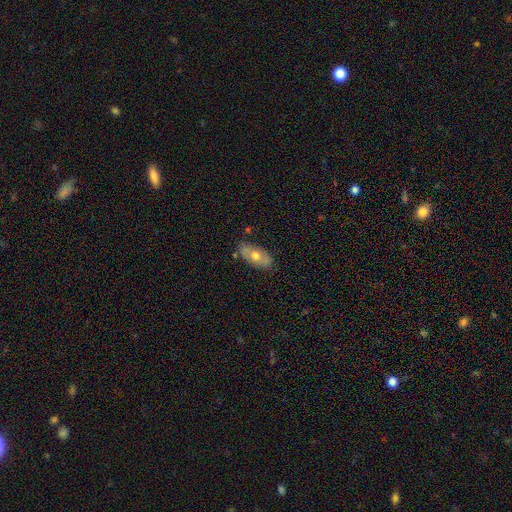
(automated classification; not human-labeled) Overall: smooth (55%; featured or disk 38%). How rounded: in between (89%). Merging: none (77%).